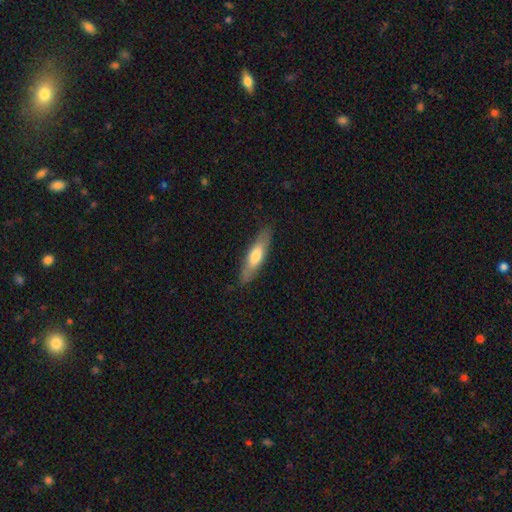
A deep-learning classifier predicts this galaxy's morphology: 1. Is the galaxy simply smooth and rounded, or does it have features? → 63% smooth, 32% featured or disk, 5% star or artifact.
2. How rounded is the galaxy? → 66% cigar-shaped, 32% in between, 2% round.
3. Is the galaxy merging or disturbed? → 84% none, 12% minor disturbance, 3% major disturbance, 1% merger.